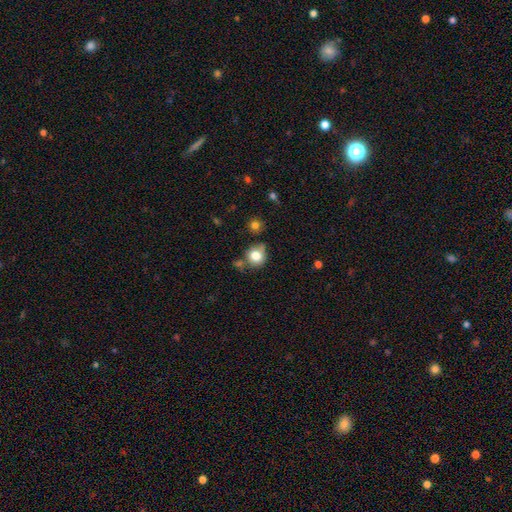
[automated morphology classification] This is likely a smooth galaxy (78%). How rounded: clearly round (82%). Merging: likely none (63%).